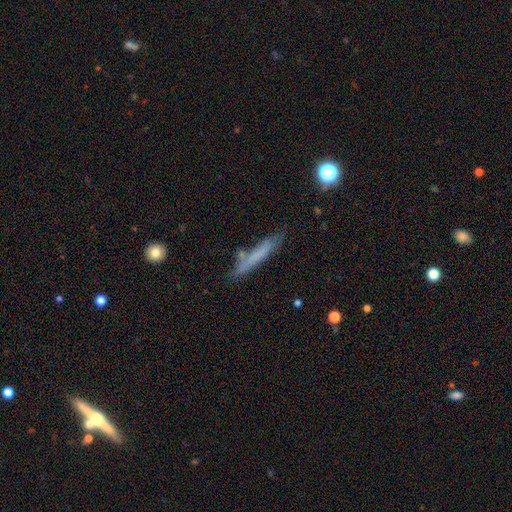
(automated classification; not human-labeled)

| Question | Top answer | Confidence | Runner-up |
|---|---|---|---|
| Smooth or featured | smooth | 60% | featured or disk (31%) |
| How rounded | cigar-shaped | 93% | in between (5%) |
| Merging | none | 73% | minor disturbance (17%) |